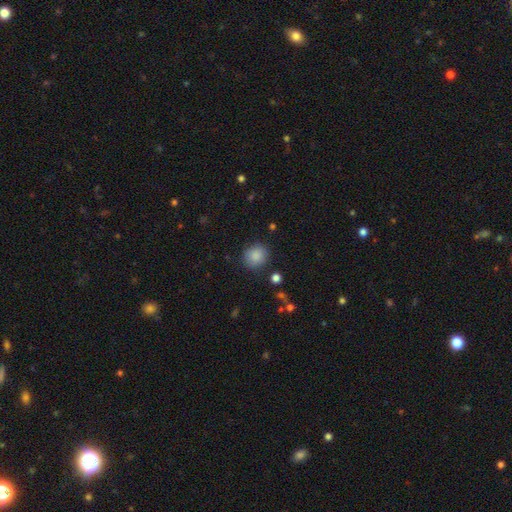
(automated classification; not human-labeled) Smooth or featured? Predicted: smooth (p=0.87). How rounded? Predicted: round (p=0.83). Merging? Predicted: none (p=0.86).